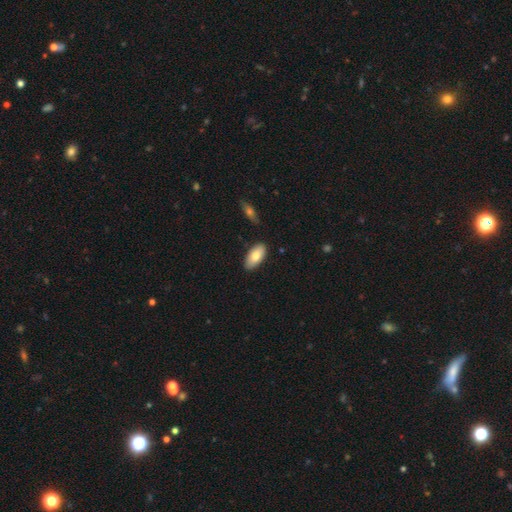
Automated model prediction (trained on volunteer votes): Morphology: type=smooth (78%); roundness=in between (92%); merging=none (86%).